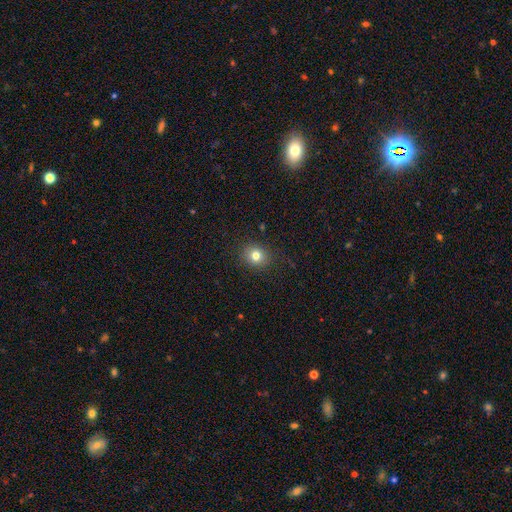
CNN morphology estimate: smooth_or_featured: smooth (p=0.78) [alt: star or artifact p=0.13]
how_rounded: round (p=0.79) [alt: in between p=0.21]
merging: none (p=0.88) [alt: minor disturbance p=0.08]